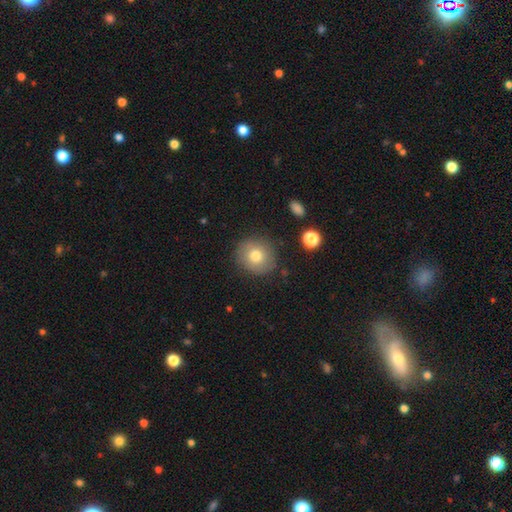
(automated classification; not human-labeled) The model was most divided on "smooth or featured": smooth: 76%, featured or disk: 15%, star or artifact: 10%. More confident: how rounded — round (88%); merging — none (84%).